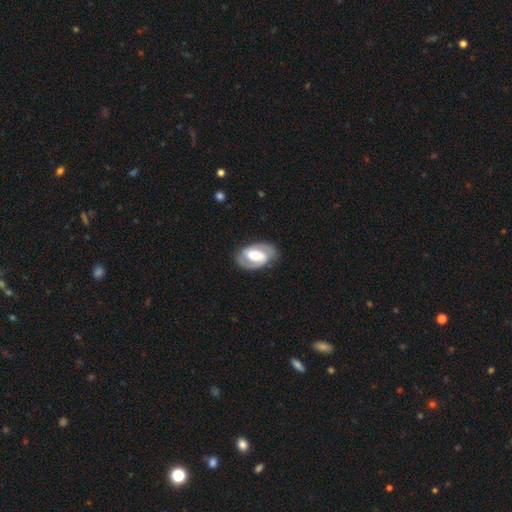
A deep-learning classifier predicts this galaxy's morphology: The model was most divided on "spiral winding": tight: 45%, medium: 42%, loose: 13%. Remaining: edge-on disk — no (96%); spiral arm count — 2 (87%); spiral arms — yes (84%); merging — none (82%); smooth or featured — featured or disk (79%); bulge size — moderate (54%); bar — strong (45%).